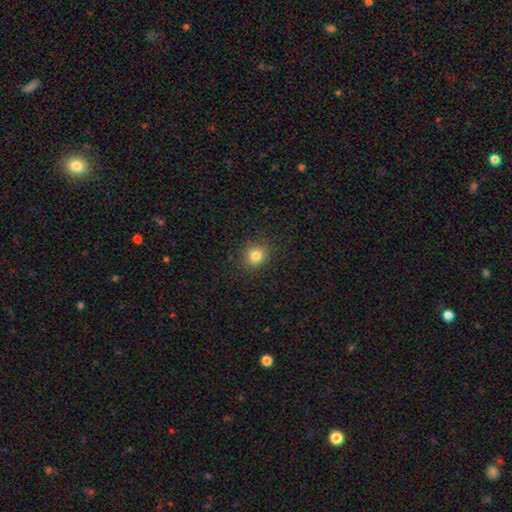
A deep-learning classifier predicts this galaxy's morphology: Smooth or featured: smooth — 81% (star or artifact — 13%)
How rounded: round — 85% (in between — 14%)
Merging: none — 89% (minor disturbance — 8%)